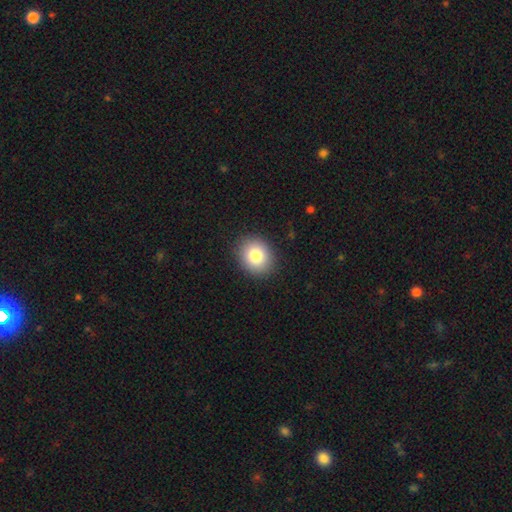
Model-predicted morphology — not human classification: This appears to be a smooth galaxy with no disk features (83%) that is round (59%). Merging: none (89%).